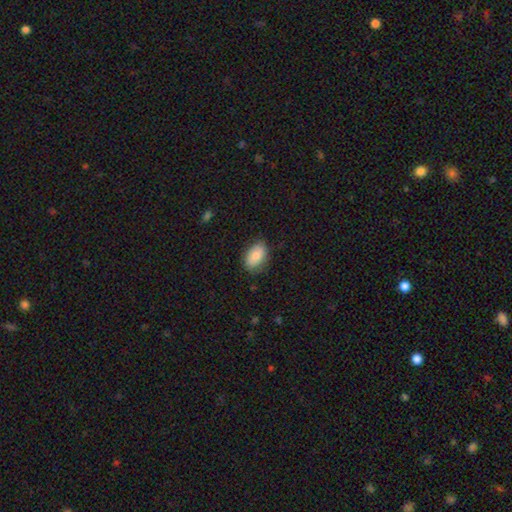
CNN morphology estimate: type=smooth (84%); roundness=in between (91%); merging=none (79%).